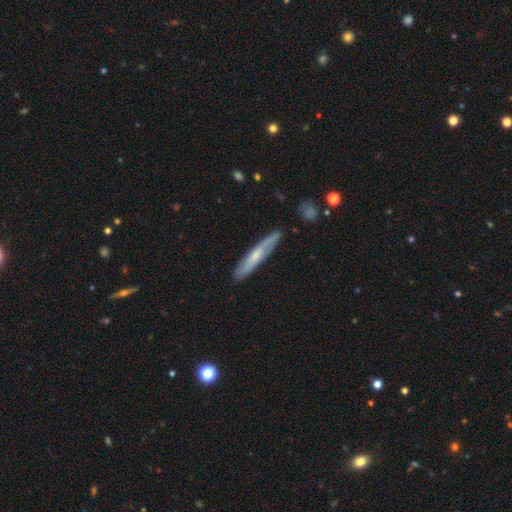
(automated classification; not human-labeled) Overall: smooth (48%; featured or disk 47%). Merging: none (80%).